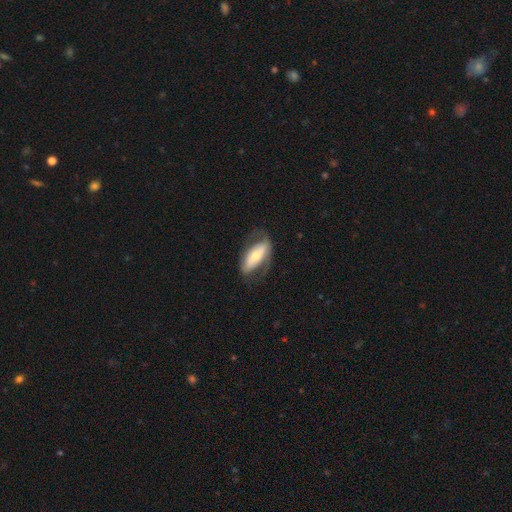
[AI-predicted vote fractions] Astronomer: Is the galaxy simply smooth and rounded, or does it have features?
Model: featured or disk — 52% (runner-up: smooth, 42%).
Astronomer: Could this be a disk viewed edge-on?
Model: no — 80%.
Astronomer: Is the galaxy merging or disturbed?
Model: none — 64%.